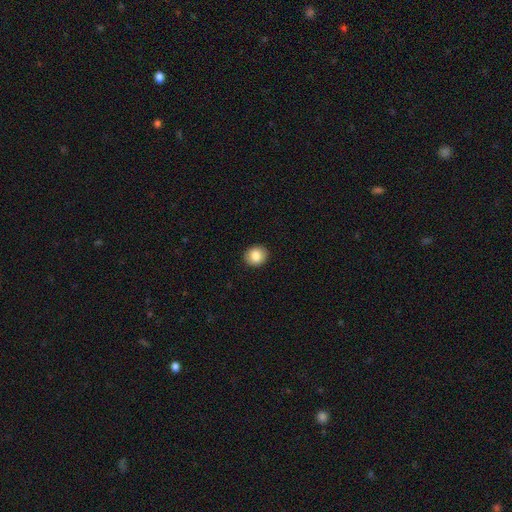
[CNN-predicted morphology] A smooth galaxy with no disk features (85%) that is round (70%).

Vote fractions:
- Smooth or featured? smooth: 85% / star or artifact: 8% / featured or disk: 7%
- How rounded? round: 70% / in between: 29% / cigar-shaped: 1%
- Merging? none: 90% / minor disturbance: 7% / major disturbance: 2% / merger: 1%